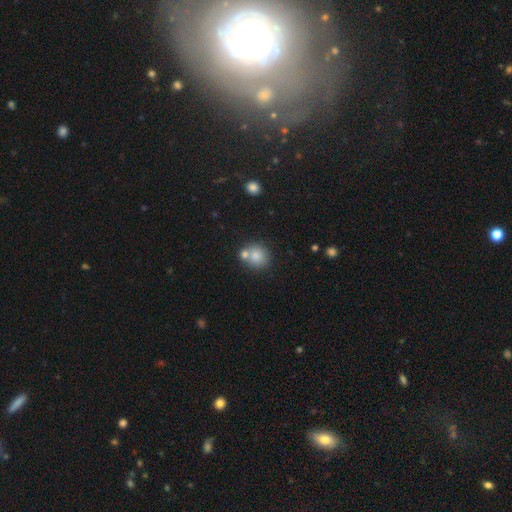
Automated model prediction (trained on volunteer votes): Overall: smooth (79%). How rounded: round (86%). Merging: none (57%; merger 31%).